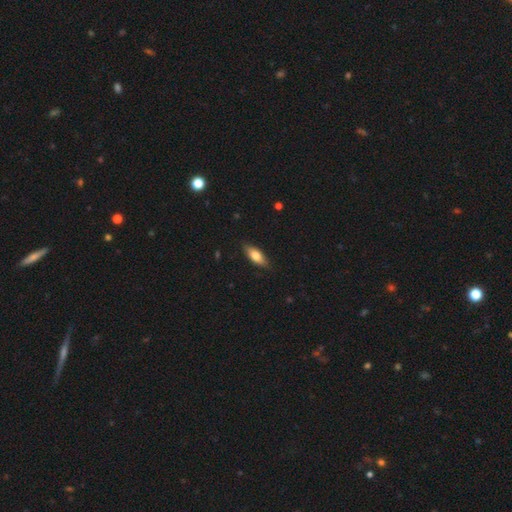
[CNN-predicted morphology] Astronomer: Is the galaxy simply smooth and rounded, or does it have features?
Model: smooth — 73%.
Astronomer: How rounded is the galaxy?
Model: in between — 74%.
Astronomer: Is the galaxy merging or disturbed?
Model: none — 86%.